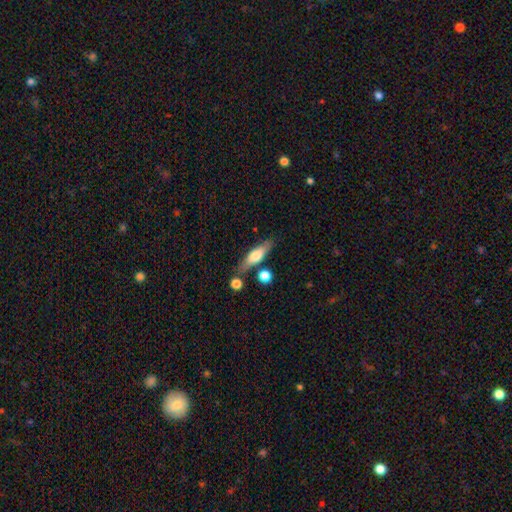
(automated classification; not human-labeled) smooth 60%, featured or disk 34%, star or artifact 6%. Down the decision tree: how rounded — cigar-shaped (59%); merging — none (72%).